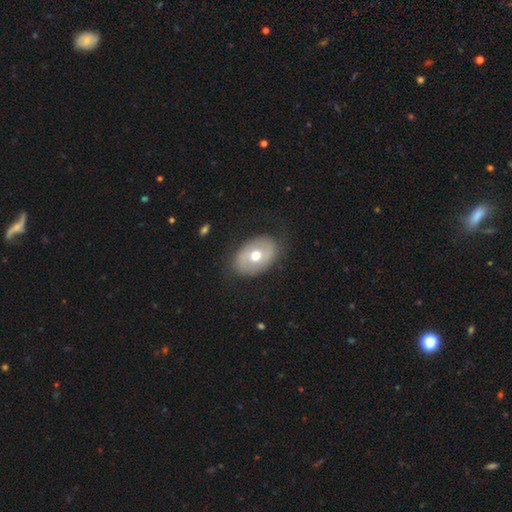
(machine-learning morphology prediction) Q: Smooth or featured?
A: smooth (55%); runner-up: featured or disk (38%)
Q: How rounded?
A: in between (80%); runner-up: round (19%)
Q: Merging?
A: none (80%); runner-up: minor disturbance (14%)